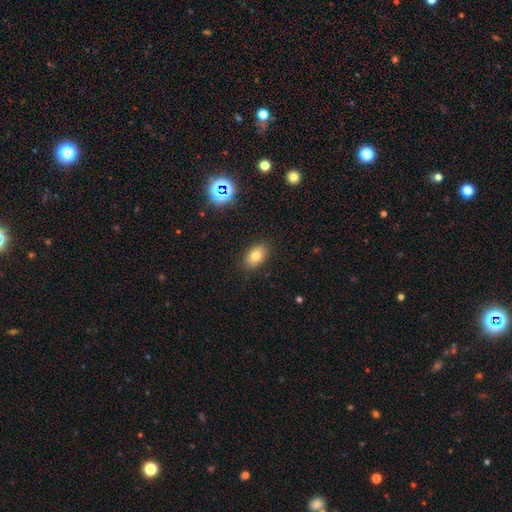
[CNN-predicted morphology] Overall: smooth (77%). How rounded: in between (86%). Merging: none (87%).